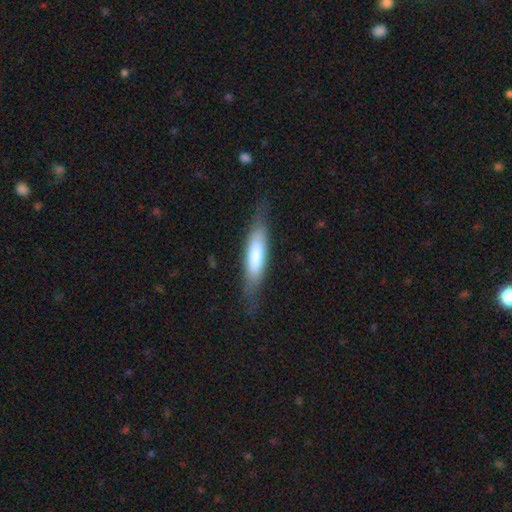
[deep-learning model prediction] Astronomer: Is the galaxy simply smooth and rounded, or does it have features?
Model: smooth — 66%.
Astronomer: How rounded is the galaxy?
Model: cigar-shaped — 67%.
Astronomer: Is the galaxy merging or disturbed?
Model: none — 74%.